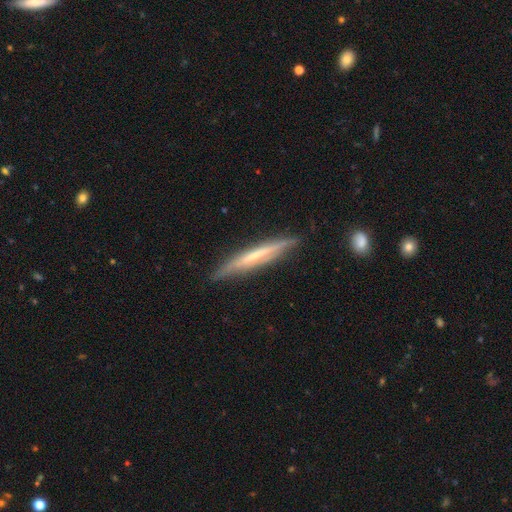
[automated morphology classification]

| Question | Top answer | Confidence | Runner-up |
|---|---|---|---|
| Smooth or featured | featured or disk | 62% | smooth (32%) |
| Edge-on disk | yes | 93% | no (7%) |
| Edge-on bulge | none | 63% | rounded (24%) |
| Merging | none | 82% | minor disturbance (13%) |